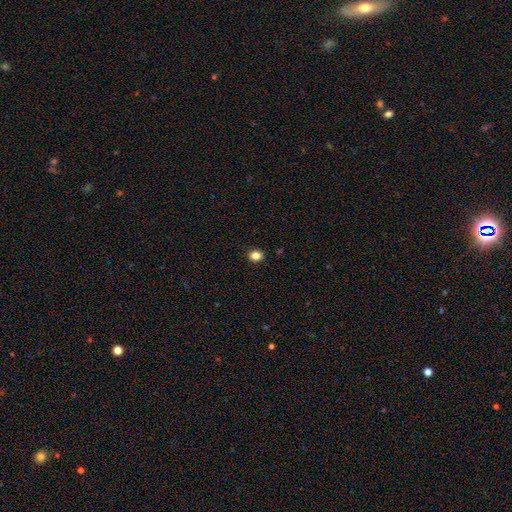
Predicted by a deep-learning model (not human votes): smooth-or-featured: smooth: 85% | star or artifact: 11% | featured or disk: 4%
  how-rounded: round: 58% | in between: 41% | cigar-shaped: 1%
  merging: none: 91% | minor disturbance: 6% | major disturbance: 2% | merger: 1%